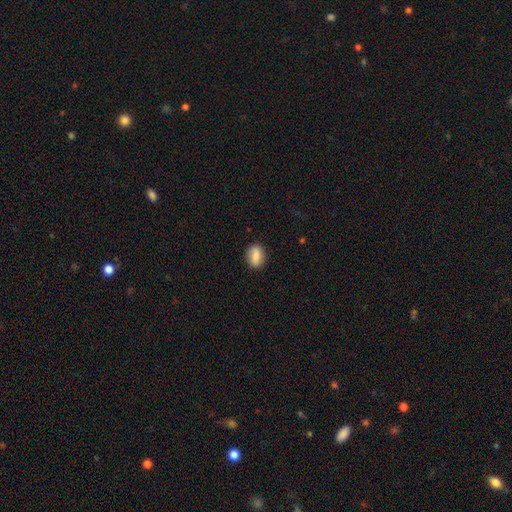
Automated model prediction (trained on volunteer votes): smooth 80%, featured or disk 12%, star or artifact 8%. Down the decision tree: how rounded — in between (69%); merging — none (86%).